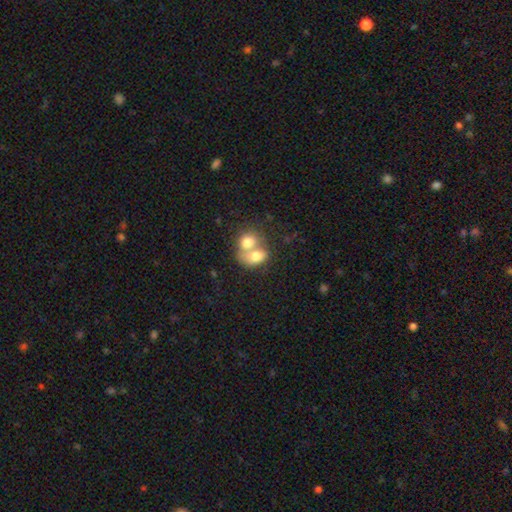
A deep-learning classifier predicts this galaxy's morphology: Overall: smooth (72%). How rounded: in between (64%; round 34%). Merging: merger (75%).